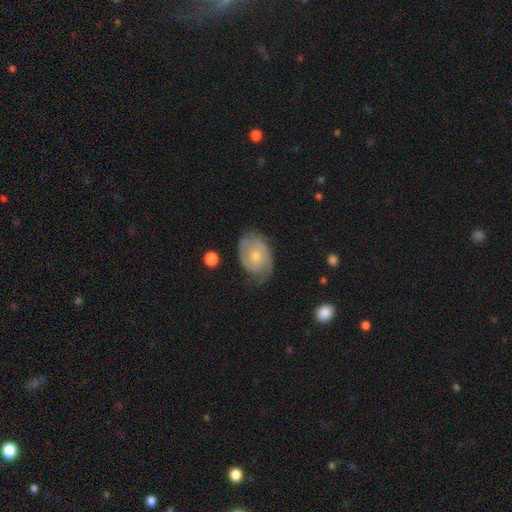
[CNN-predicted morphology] A featured or disk galaxy (61%) with no bar (73%), spiral arms (84%) and a small central bulge (53%).

Vote fractions:
- Smooth or featured? featured or disk: 61% / smooth: 33% / star or artifact: 6%
- Edge-on disk? no: 96% / yes: 4%
- Bar? no: 73% / weak: 24% / strong: 3%
- Spiral arms? yes: 84% / no: 16%
- Bulge size? small: 53% / moderate: 41% / none: 3% / large: 2% / dominant: 1%
- Merging? none: 61% / minor disturbance: 27% / major disturbance: 10% / merger: 2%